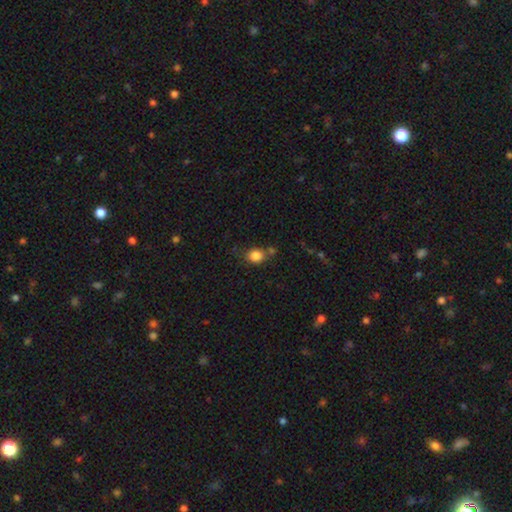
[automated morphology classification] smooth-or-featured: smooth: 84% | star or artifact: 10% | featured or disk: 6%
  how-rounded: round: 70% | in between: 29% | cigar-shaped: 1%
  merging: none: 57% | minor disturbance: 19% | merger: 17% | major disturbance: 7%